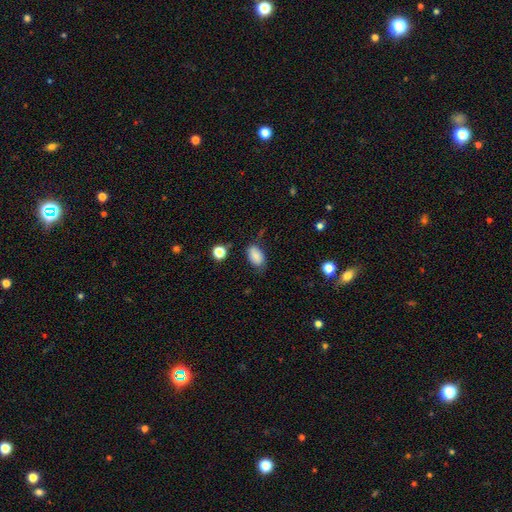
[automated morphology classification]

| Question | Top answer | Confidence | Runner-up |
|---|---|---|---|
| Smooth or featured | smooth | 80% | featured or disk (11%) |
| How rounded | in between | 90% | round (8%) |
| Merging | none | 65% | minor disturbance (25%) |